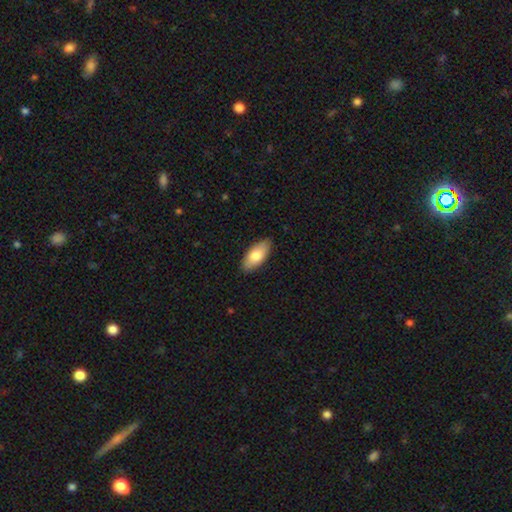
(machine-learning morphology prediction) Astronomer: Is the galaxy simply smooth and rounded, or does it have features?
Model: smooth — 77%.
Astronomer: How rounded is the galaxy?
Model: in between — 90%.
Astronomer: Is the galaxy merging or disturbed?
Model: none — 87%.